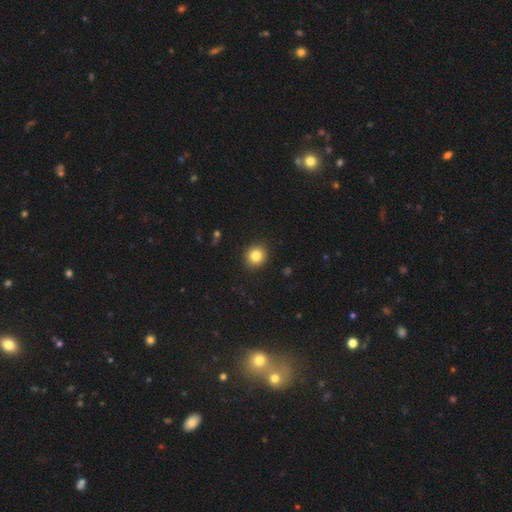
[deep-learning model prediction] smooth 84%, star or artifact 11%, featured or disk 6%. Down the decision tree: how rounded — round (86%); merging — none (91%).